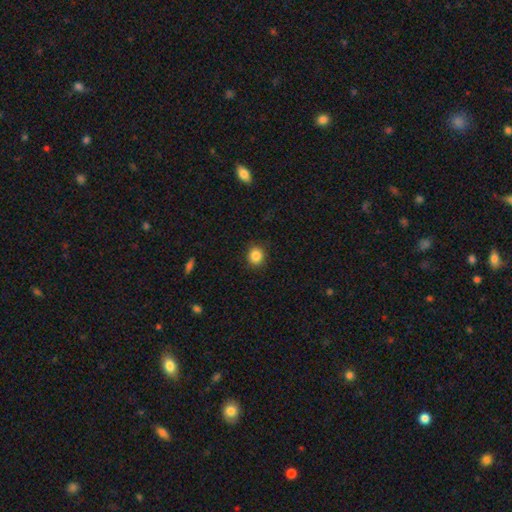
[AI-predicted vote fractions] This is clearly a smooth galaxy (86%). How rounded: clearly round (84%). Merging: clearly none (89%).